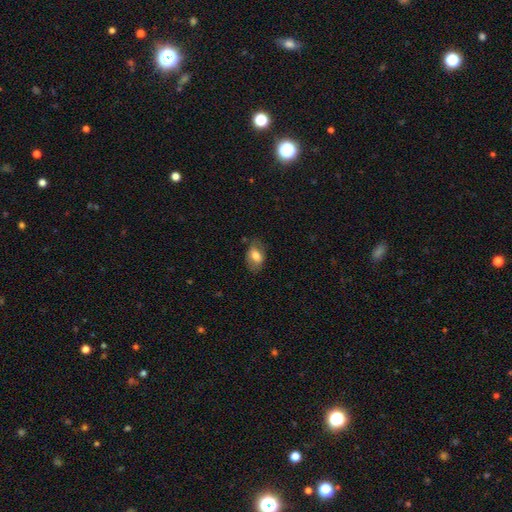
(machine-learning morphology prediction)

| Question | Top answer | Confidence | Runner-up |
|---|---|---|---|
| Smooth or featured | smooth | 68% | featured or disk (24%) |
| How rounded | in between | 87% | round (11%) |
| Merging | none | 71% | minor disturbance (20%) |